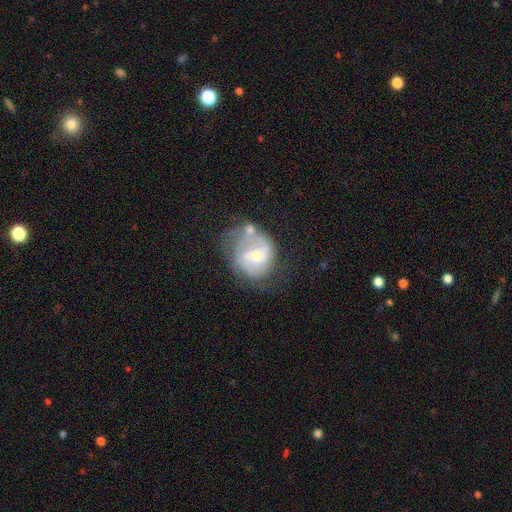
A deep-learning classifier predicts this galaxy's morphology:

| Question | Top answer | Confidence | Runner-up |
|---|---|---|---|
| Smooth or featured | featured or disk | 67% | smooth (26%) |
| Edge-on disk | no | 98% | yes (2%) |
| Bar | no | 61% | weak (33%) |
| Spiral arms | yes | 76% | no (24%) |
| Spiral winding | medium | 41% | tight (37%) |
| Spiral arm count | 2 | 50% | can't tell (27%) |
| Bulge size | small | 56% | moderate (37%) |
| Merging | none | 34% | major disturbance (24%) |